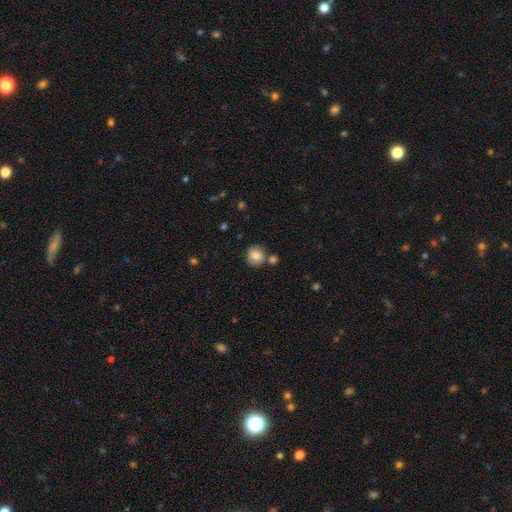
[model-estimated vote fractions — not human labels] A smooth galaxy with no disk features (82%) that is round (87%).

Vote fractions:
- Smooth or featured? smooth: 82% / featured or disk: 9% / star or artifact: 9%
- How rounded? round: 87% / in between: 12% / cigar-shaped: 1%
- Merging? none: 73% / merger: 13% / minor disturbance: 11% / major disturbance: 3%